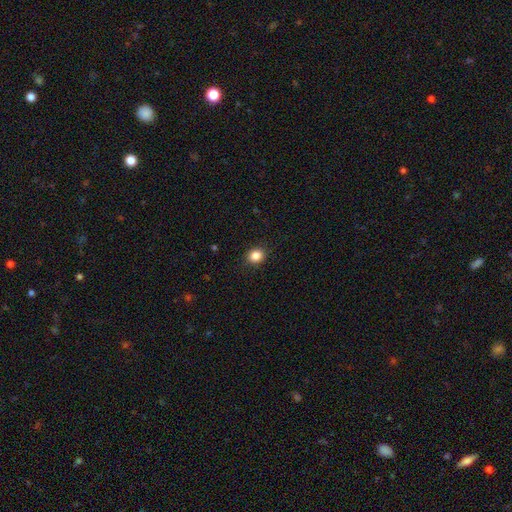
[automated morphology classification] Smooth or featured: smooth — 85% (star or artifact — 11%)
How rounded: round — 74% (in between — 25%)
Merging: none — 90% (minor disturbance — 7%)